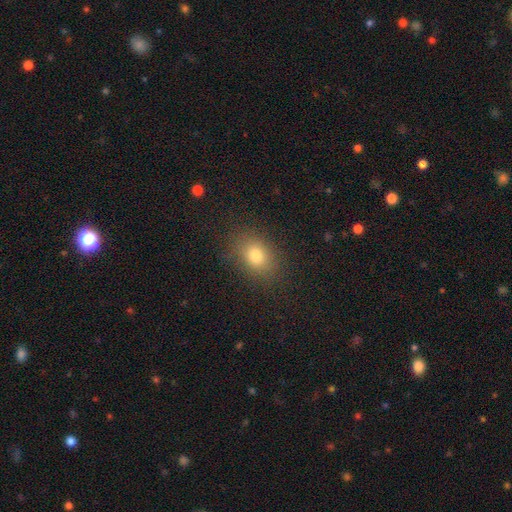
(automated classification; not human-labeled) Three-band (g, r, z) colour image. It shows a smooth galaxy with no disk features (78%) that is in between round and cigar-shaped (66%). Merging: none (85%).